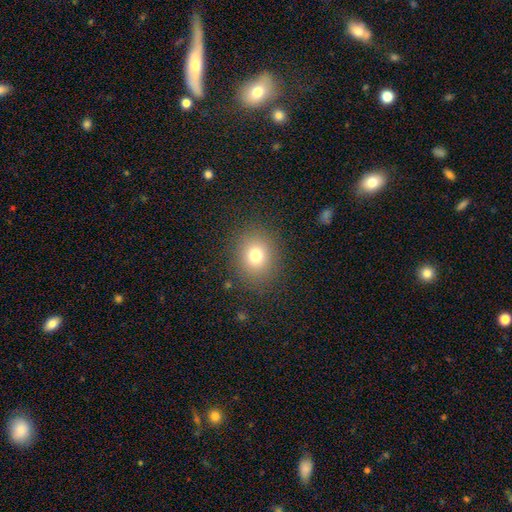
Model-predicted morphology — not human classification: Smooth or featured?
  - smooth: 75% *
  - star or artifact: 15%
  - featured or disk: 10%
How rounded?
  - round: 71% *
  - in between: 28%
  - cigar-shaped: 1%
Merging?
  - none: 87% *
  - minor disturbance: 8%
  - major disturbance: 4%
  - merger: 1%